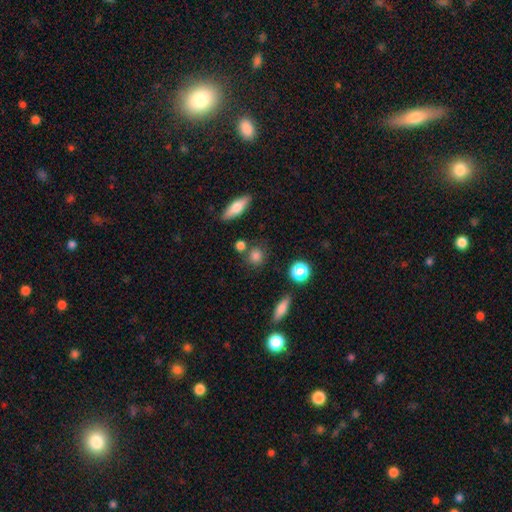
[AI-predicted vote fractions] The model was most divided on "merging": none: 74%, minor disturbance: 13%, merger: 10%, major disturbance: 4%. More confident: smooth or featured — smooth (82%); how rounded — round (80%).